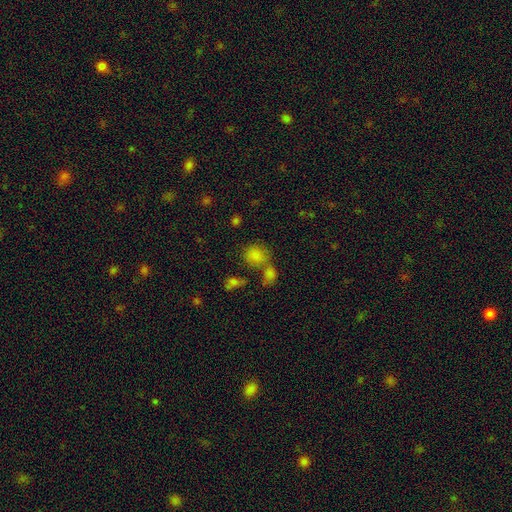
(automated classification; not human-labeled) smooth 79%, star or artifact 13%, featured or disk 8%. Down the decision tree: how rounded — round (62%); merging — none (42%, tied with merger).